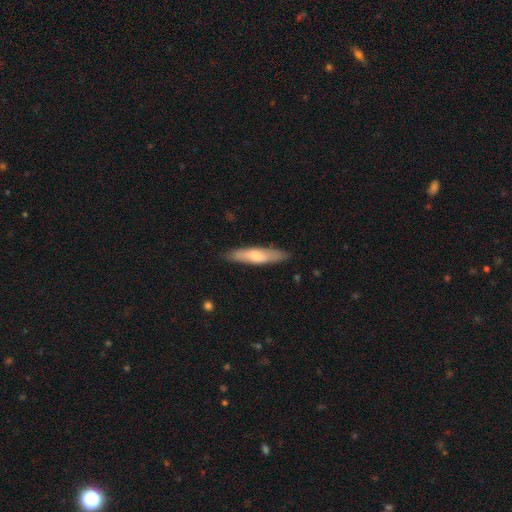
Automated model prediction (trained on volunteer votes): This is likely a smooth galaxy (64%). How rounded: clearly cigar-shaped (81%). Merging: clearly none (87%).